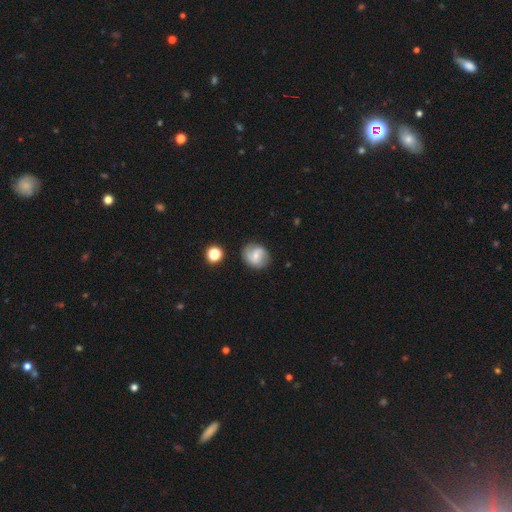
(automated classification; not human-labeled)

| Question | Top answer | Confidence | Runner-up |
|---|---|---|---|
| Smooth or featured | featured or disk | 52% | smooth (39%) |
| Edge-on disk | no | 97% | yes (3%) |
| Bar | weak | 48% | no (38%) |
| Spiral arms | yes | 84% | no (16%) |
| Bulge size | small | 57% | moderate (35%) |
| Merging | none | 75% | minor disturbance (17%) |